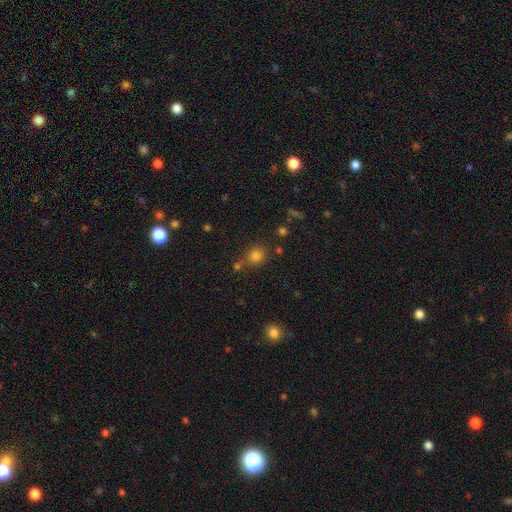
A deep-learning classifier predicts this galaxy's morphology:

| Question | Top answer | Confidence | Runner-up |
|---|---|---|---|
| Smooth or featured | smooth | 78% | star or artifact (15%) |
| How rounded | round | 83% | in between (16%) |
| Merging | none | 66% | merger (17%) |